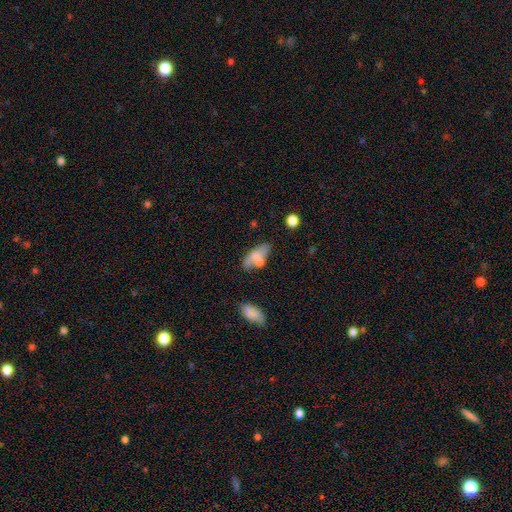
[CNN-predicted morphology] A smooth galaxy with no disk features (61%) that is in between round and cigar-shaped (83%). Merging: none (38%).